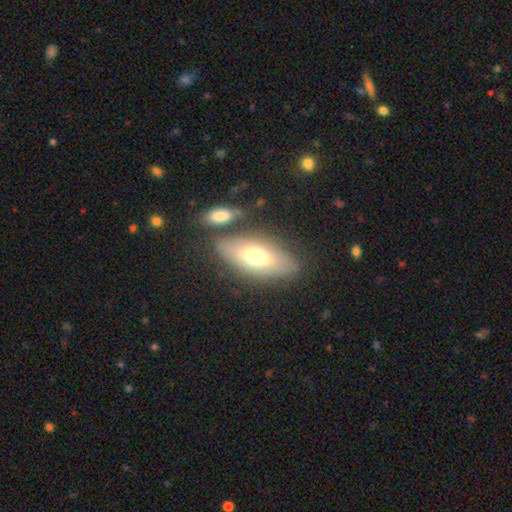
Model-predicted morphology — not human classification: A smooth galaxy with no disk features (64%) that is in between round and cigar-shaped (79%). Merging: none (71%).